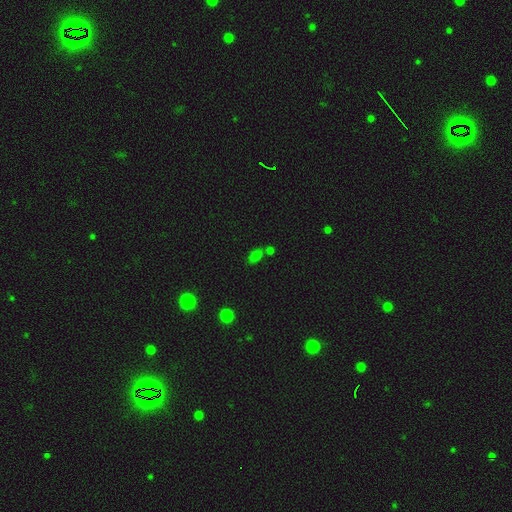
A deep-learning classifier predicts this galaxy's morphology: This appears to be a smooth galaxy with no disk features (68%) that is in between round and cigar-shaped (80%). Merging: none (59%).